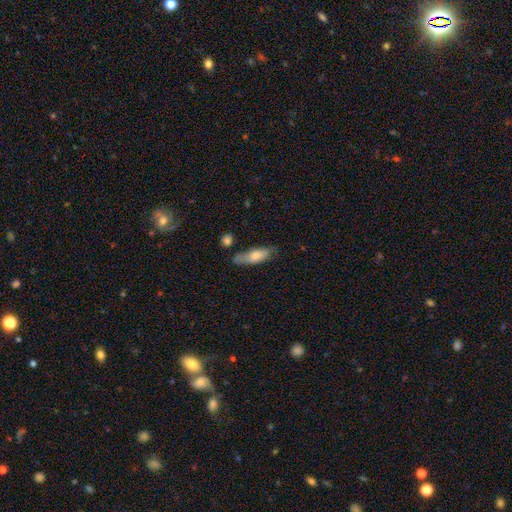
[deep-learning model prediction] Smooth or featured?
  - smooth: 70% *
  - featured or disk: 24%
  - star or artifact: 6%
How rounded?
  - in between: 61% *
  - cigar-shaped: 37%
  - round: 2%
Merging?
  - none: 60% *
  - minor disturbance: 26%
  - major disturbance: 7%
  - merger: 6%